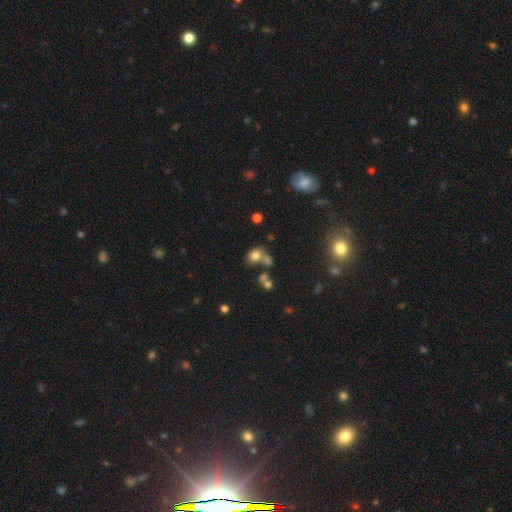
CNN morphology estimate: smooth-or-featured: smooth: 73% | star or artifact: 16% | featured or disk: 12%
  how-rounded: round: 56% | in between: 43% | cigar-shaped: 1%
  merging: none: 48% | merger: 31% | minor disturbance: 14% | major disturbance: 8%